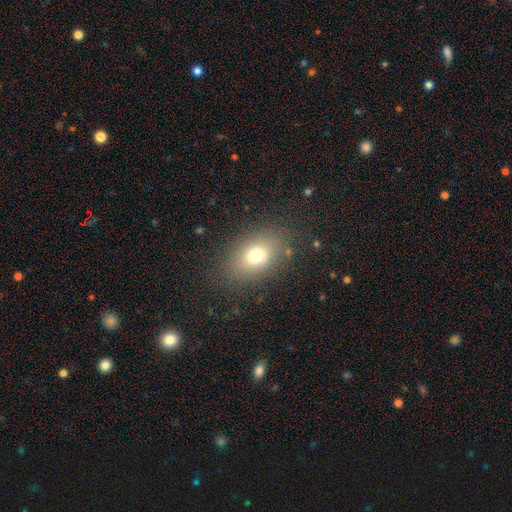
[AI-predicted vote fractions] Q: Smooth or featured?
A: smooth (72%); runner-up: featured or disk (15%)
Q: How rounded?
A: in between (74%); runner-up: round (24%)
Q: Merging?
A: none (80%); runner-up: minor disturbance (12%)